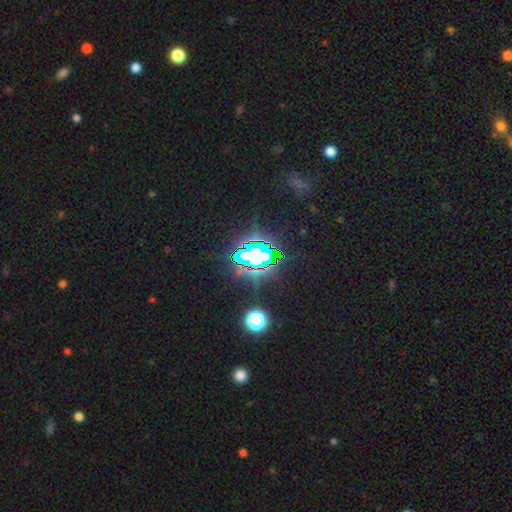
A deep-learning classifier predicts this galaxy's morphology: type=star or artifact (77%).